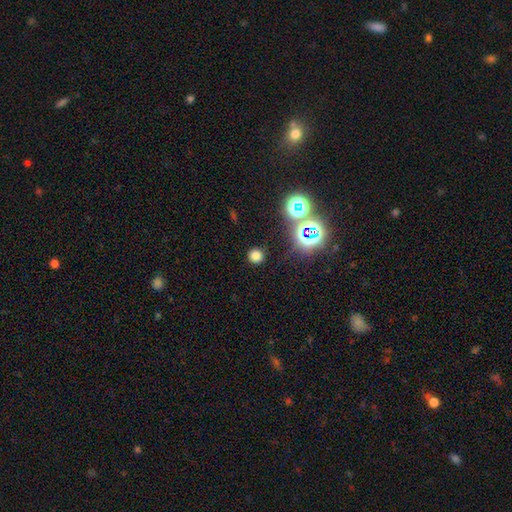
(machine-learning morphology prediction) Q: Smooth or featured?
A: smooth (70%); runner-up: star or artifact (24%)
Q: How rounded?
A: round (93%); runner-up: in between (6%)
Q: Merging?
A: none (88%); runner-up: minor disturbance (7%)